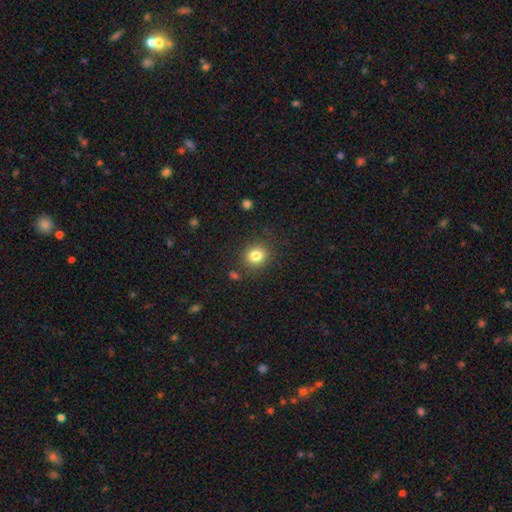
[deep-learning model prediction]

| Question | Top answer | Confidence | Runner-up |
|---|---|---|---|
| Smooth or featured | smooth | 82% | star or artifact (11%) |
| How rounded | round | 81% | in between (18%) |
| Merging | none | 85% | minor disturbance (9%) |